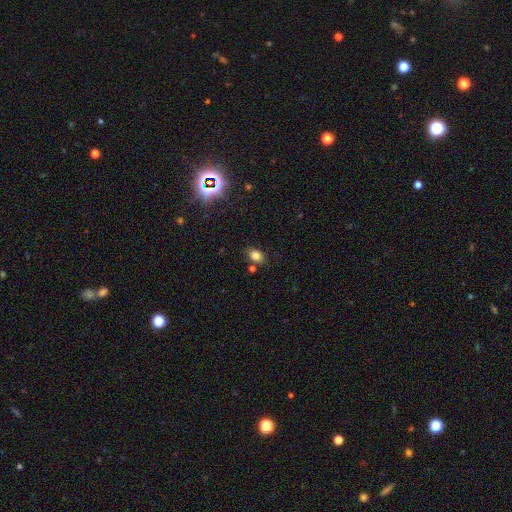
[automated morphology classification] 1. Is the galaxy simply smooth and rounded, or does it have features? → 80% smooth, 13% star or artifact, 7% featured or disk.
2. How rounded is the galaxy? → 74% in between, 24% round, 2% cigar-shaped.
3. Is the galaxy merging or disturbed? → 76% none, 14% minor disturbance, 7% merger, 3% major disturbance.